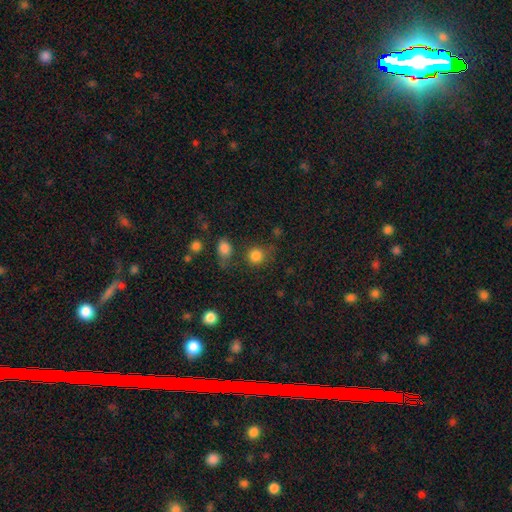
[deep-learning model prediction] Smooth or featured? smooth (83%)
How rounded? round (87%)
Merging? none (71%)